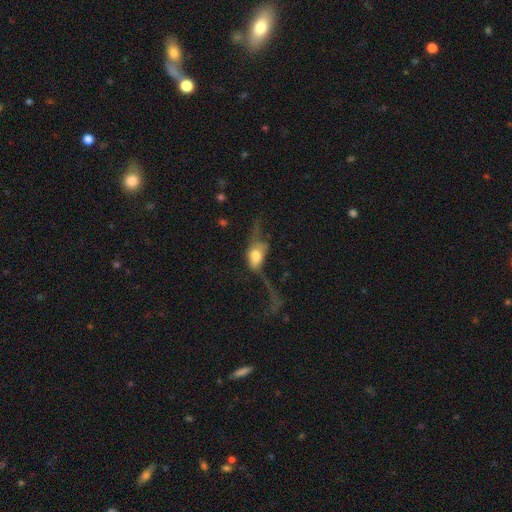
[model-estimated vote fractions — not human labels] The model was most divided on "smooth or featured": smooth: 49%, featured or disk: 42%, star or artifact: 9%. More confident: merging — major disturbance (60%).